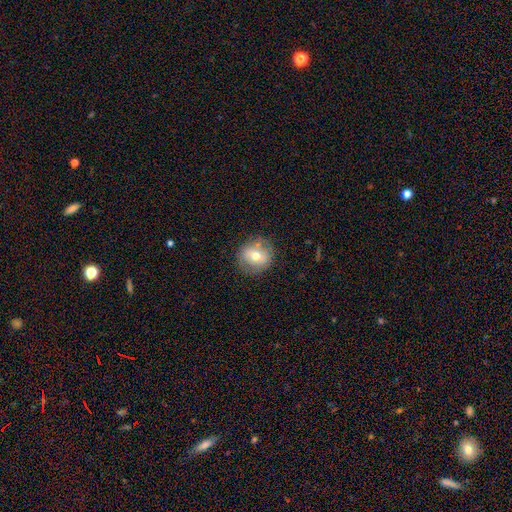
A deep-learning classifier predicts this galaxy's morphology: smooth 64%, featured or disk 27%, star or artifact 9%. Down the decision tree: how rounded — round (85%); merging — none (81%).